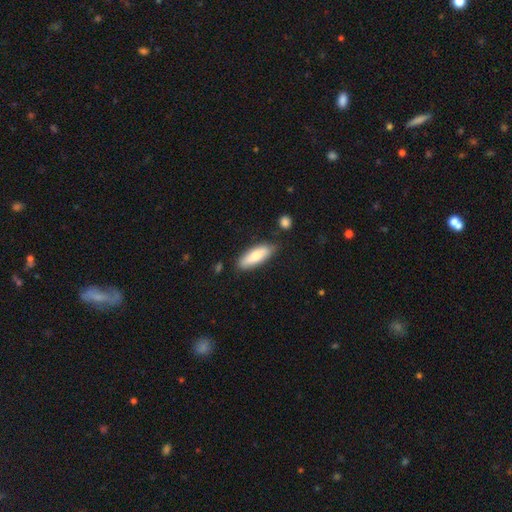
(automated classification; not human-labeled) Q: Smooth or featured?
A: smooth (73%); runner-up: featured or disk (22%)
Q: How rounded?
A: in between (57%); runner-up: cigar-shaped (41%)
Q: Merging?
A: none (81%); runner-up: minor disturbance (13%)